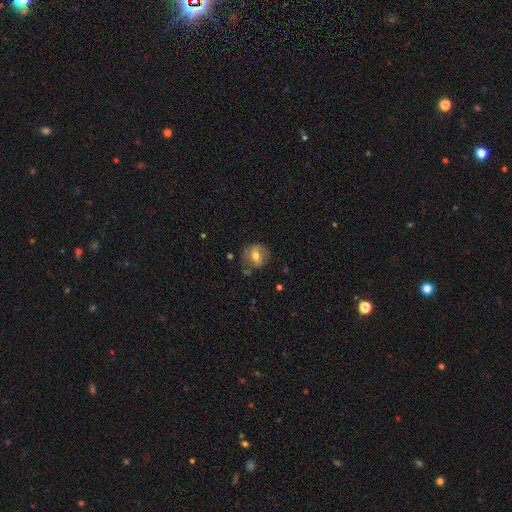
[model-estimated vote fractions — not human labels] This appears to be a smooth galaxy with no disk features (49%). Merging: none (67%).